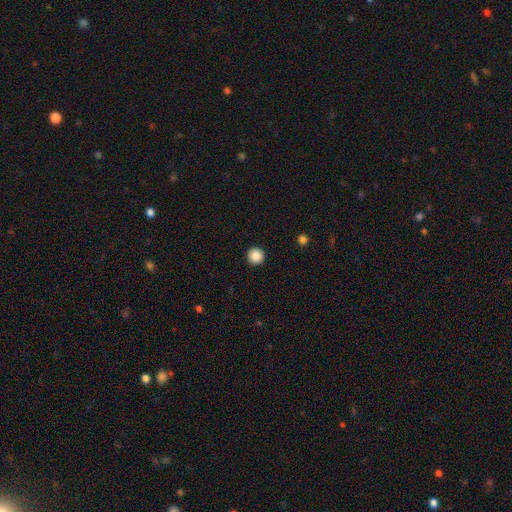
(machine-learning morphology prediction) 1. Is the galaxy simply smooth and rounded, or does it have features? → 87% smooth, 10% star or artifact, 3% featured or disk.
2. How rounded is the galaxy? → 96% round, 3% in between, 1% cigar-shaped.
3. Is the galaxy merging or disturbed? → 94% none, 4% minor disturbance, 1% major disturbance, 1% merger.